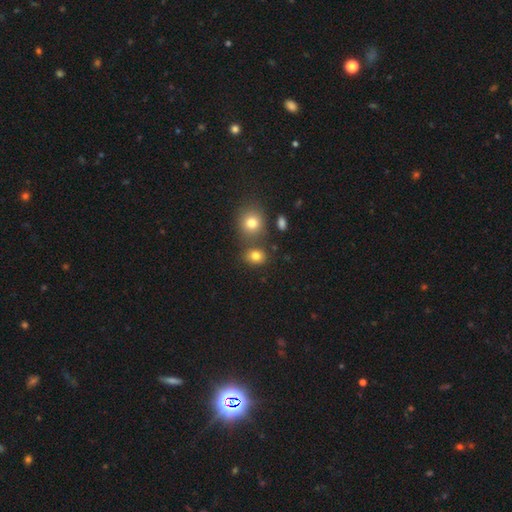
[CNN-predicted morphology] Smooth or featured? Predicted: smooth (p=0.79). How rounded? Predicted: round (p=0.60). Merging? Predicted: none (p=0.69).